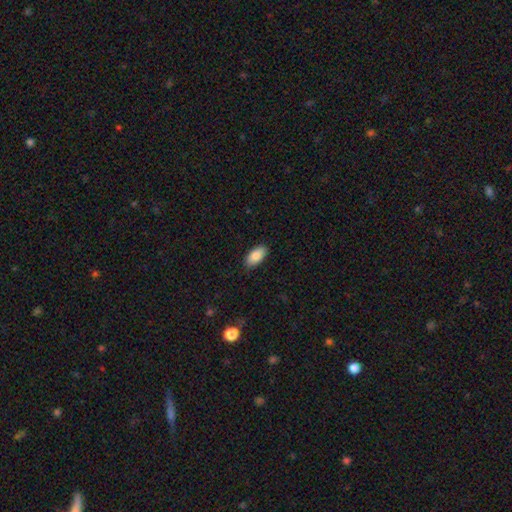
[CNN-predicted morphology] smooth 86%, featured or disk 7%, star or artifact 7%. Down the decision tree: how rounded — in between (93%); merging — none (88%).